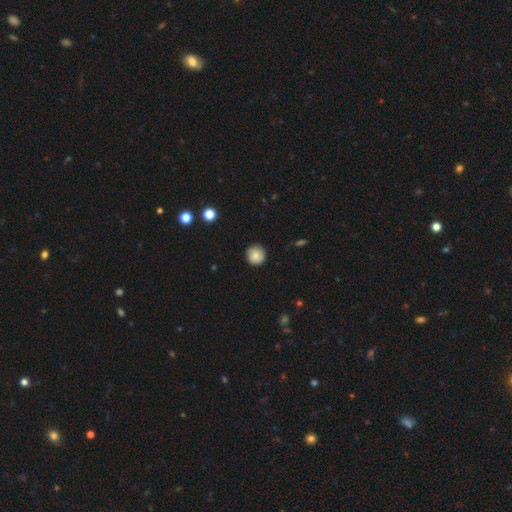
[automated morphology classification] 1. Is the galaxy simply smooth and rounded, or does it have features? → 83% smooth, 8% featured or disk, 8% star or artifact.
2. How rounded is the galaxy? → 94% round, 5% in between, 1% cigar-shaped.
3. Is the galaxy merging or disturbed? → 87% none, 10% minor disturbance, 2% major disturbance, 1% merger.